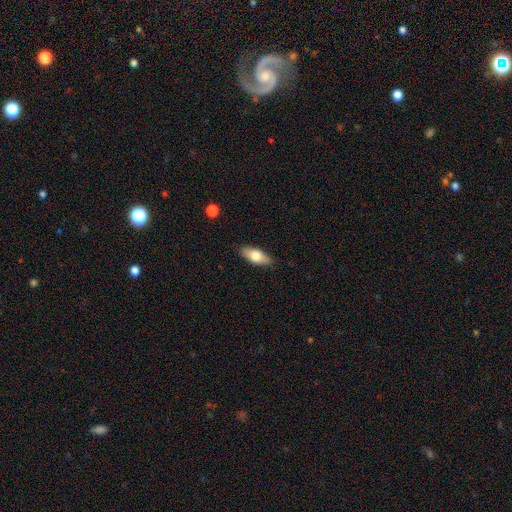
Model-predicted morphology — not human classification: smooth 71%, featured or disk 23%, star or artifact 6%. Down the decision tree: how rounded — in between (82%); merging — none (87%).